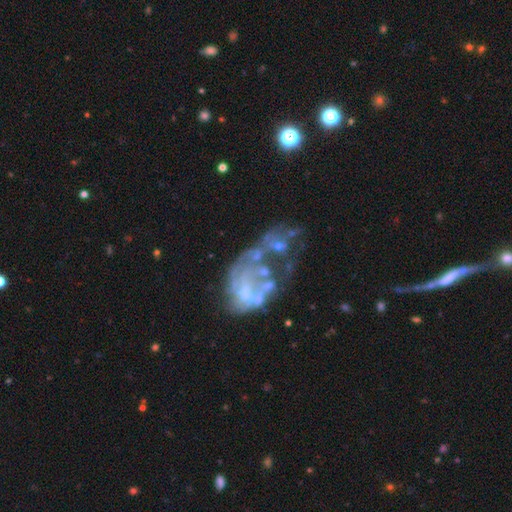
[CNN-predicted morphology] This appears to be a featured or disk galaxy (70%) with no bar (86%), no spiral arms (84%) and no central bulge (67%). Merging: major disturbance (41%).